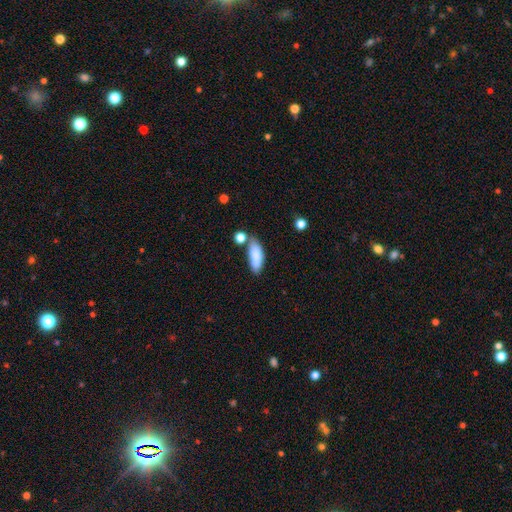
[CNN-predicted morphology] This appears to be a smooth galaxy with no disk features (83%) that is in between round and cigar-shaped (69%). Merging: none (59%).